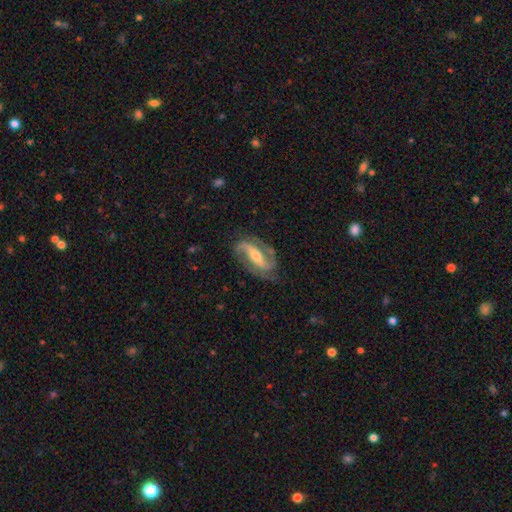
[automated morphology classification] This appears to be a featured or disk galaxy (88%) with a strong bar (54%), 2 (90%) medium (48%) spiral arms (96%) and a moderate central bulge (60%). Merging: none (77%).